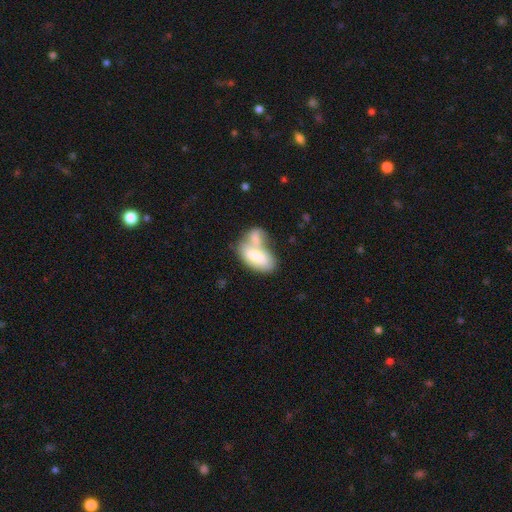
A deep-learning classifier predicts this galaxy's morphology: smooth_or_featured: smooth (p=0.71) [alt: featured or disk p=0.23]
how_rounded: in between (p=0.91) [alt: cigar-shaped p=0.05]
merging: merger (p=0.63) [alt: none p=0.20]